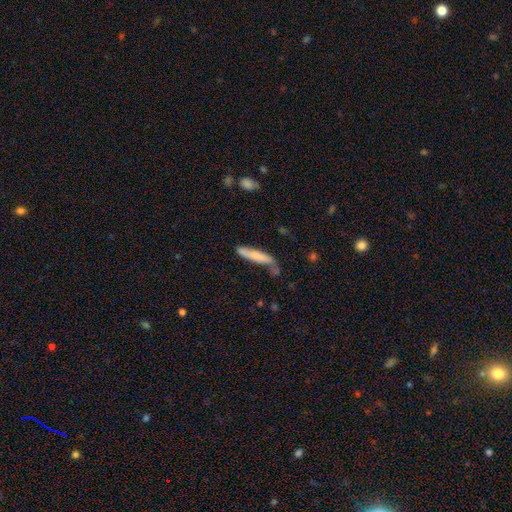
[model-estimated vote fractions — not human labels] Smooth or featured? smooth (71%)
How rounded? cigar-shaped (88%)
Merging? none (62%)